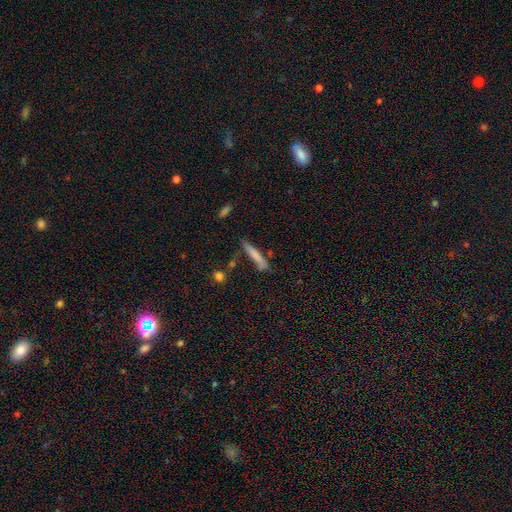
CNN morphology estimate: smooth 73%, featured or disk 20%, star or artifact 7%. Down the decision tree: how rounded — cigar-shaped (92%); merging — none (67%).